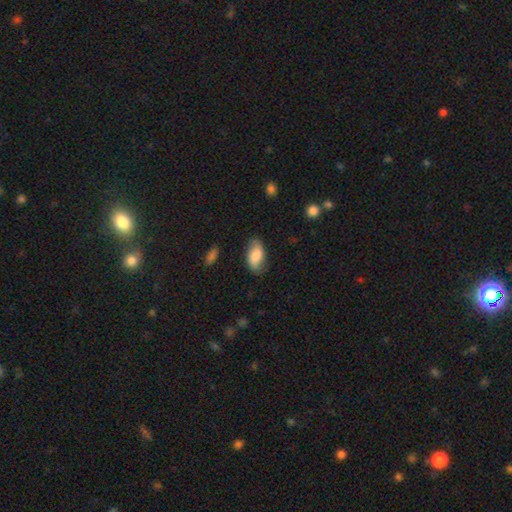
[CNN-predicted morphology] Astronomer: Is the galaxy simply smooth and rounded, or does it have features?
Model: smooth — 70%.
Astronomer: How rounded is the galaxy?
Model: in between — 92%.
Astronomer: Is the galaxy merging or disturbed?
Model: none — 75%.